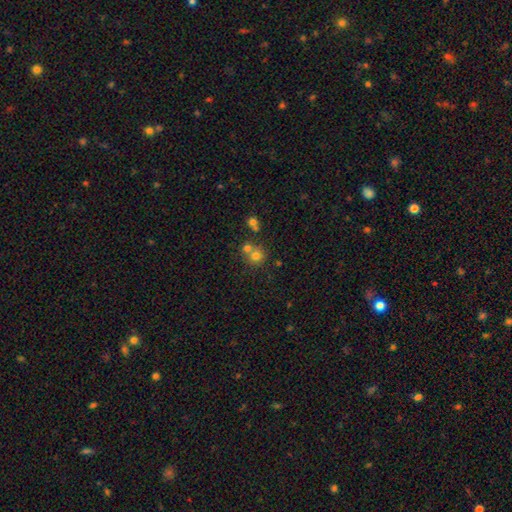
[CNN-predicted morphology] The model was most divided on "merging": none: 50%, merger: 41%, minor disturbance: 7%, major disturbance: 3%. More confident: how rounded — round (87%); smooth or featured — smooth (70%).